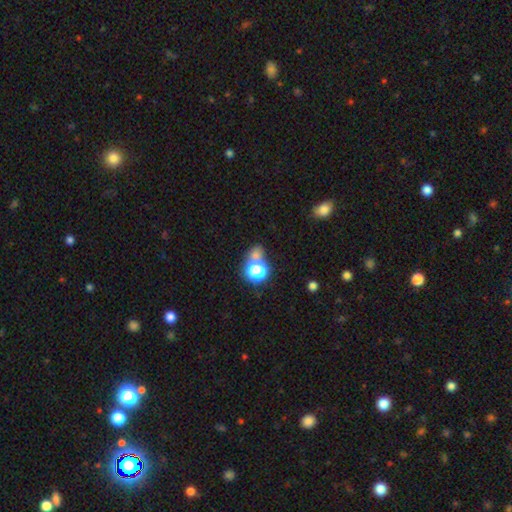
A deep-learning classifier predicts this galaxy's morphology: This is possibly a smooth galaxy (56%). How rounded: likely round (70%). Merging: possibly none (55%).